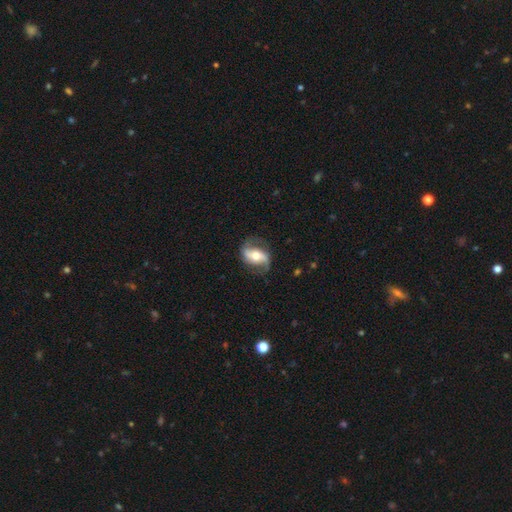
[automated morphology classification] A featured or disk galaxy (80%) with a strong bar (37%), 2 (91%) loose (55%) spiral arms (92%) and a moderate central bulge (66%).

Vote fractions:
- Smooth or featured? featured or disk: 80% / smooth: 14% / star or artifact: 6%
- Edge-on disk? no: 95% / yes: 5%
- Bar? strong: 37% / weak: 32% / no: 31%
- Spiral arms? yes: 92% / no: 8%
- Spiral winding? loose: 55% / medium: 33% / tight: 11%
- Spiral arm count? 2: 91% / can't tell: 3% / 1: 3% / 3: 1% / 4: 1% / more than 4: 1%
- Bulge size? moderate: 66% / small: 18% / large: 13% / dominant: 2% / none: 2%
- Merging? none: 76% / minor disturbance: 15% / major disturbance: 8% / merger: 1%